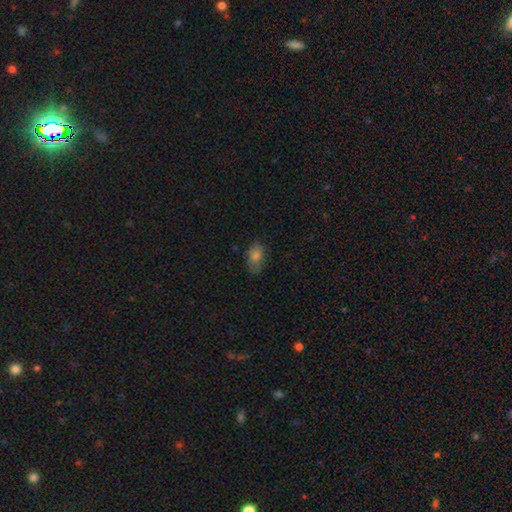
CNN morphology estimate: This is likely a smooth galaxy (76%). How rounded: clearly in between (87%). Merging: likely none (71%).